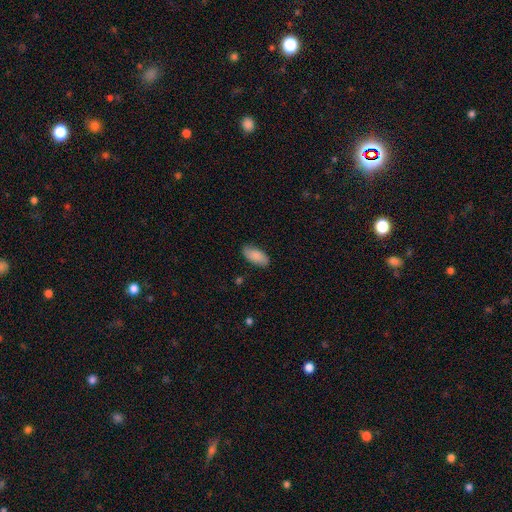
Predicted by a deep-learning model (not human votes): The model was most divided on "merging": none: 82%, minor disturbance: 14%, major disturbance: 3%, merger: 1%. More confident: how rounded — in between (92%); smooth or featured — smooth (84%).